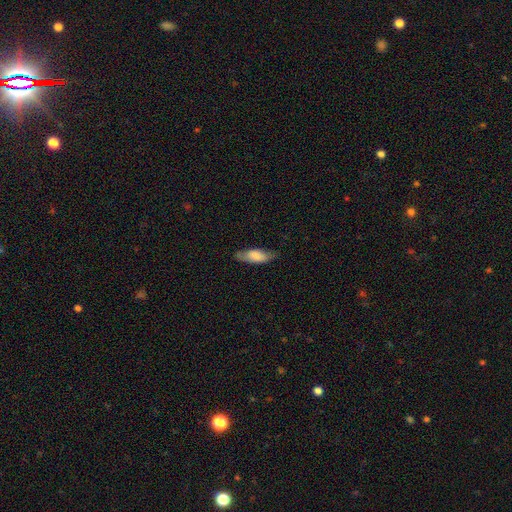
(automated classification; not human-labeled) This appears to be a smooth galaxy with no disk features (73%) that is in between round and cigar-shaped (64%). Merging: none (72%).